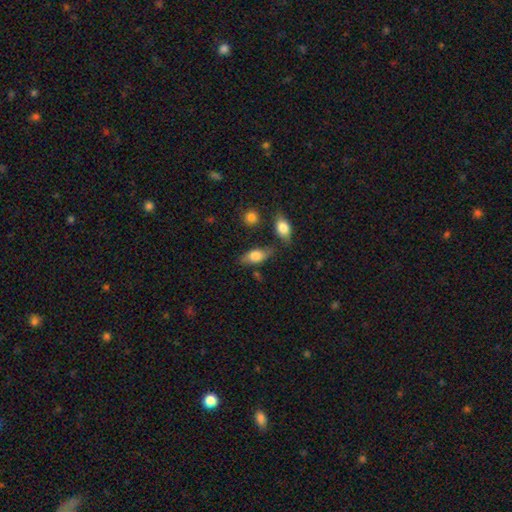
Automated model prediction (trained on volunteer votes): Smooth or featured? Predicted: smooth (p=0.69). How rounded? Predicted: in between (p=0.84). Merging? Predicted: none (p=0.67).